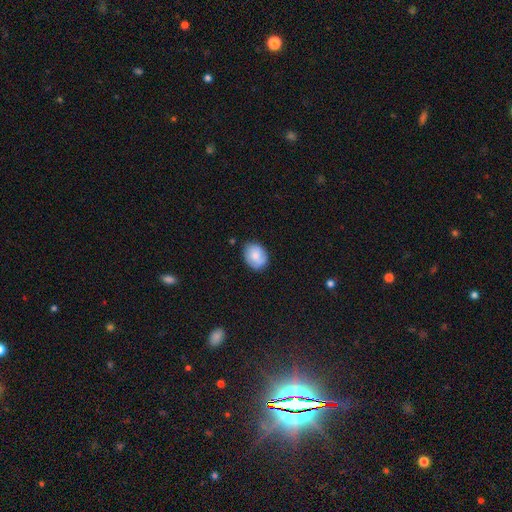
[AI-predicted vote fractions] Smooth or featured? Predicted: smooth (p=0.71). How rounded? Predicted: in between (p=0.55). Merging? Predicted: none (p=0.75).